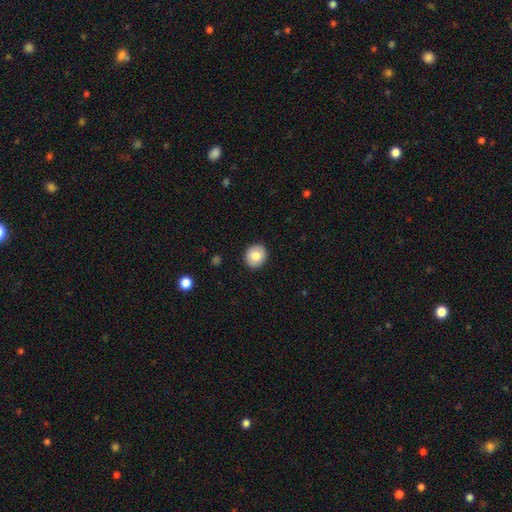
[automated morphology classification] smooth-or-featured: smooth: 81% | featured or disk: 11% | star or artifact: 8%
  how-rounded: round: 81% | in between: 19% | cigar-shaped: 1%
  merging: none: 91% | minor disturbance: 6% | major disturbance: 2% | merger: 1%